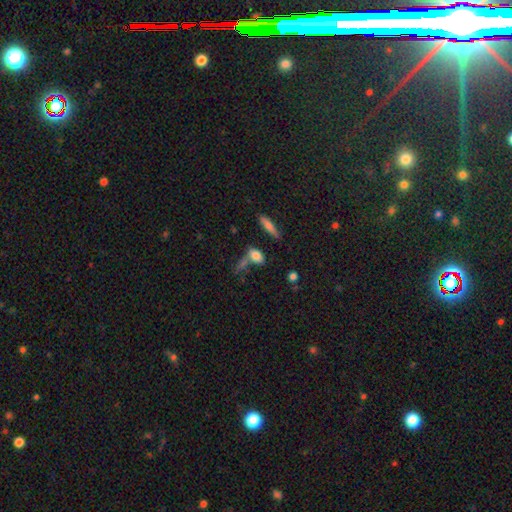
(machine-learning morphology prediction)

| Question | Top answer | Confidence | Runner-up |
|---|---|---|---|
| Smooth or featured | smooth | 78% | featured or disk (11%) |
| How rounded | in between | 72% | round (16%) |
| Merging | none | 52% | merger (23%) |